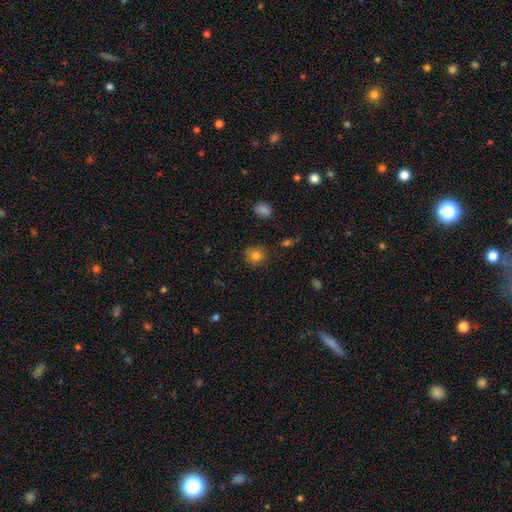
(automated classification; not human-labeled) This is clearly a smooth galaxy (82%). How rounded: clearly round (87%). Merging: clearly none (83%).